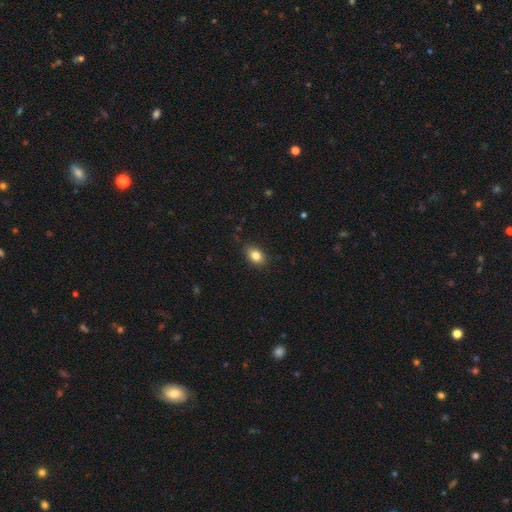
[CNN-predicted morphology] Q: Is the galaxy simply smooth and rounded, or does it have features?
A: smooth — 83%.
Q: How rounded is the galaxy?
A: in between — 80%.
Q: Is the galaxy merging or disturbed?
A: none — 85%.